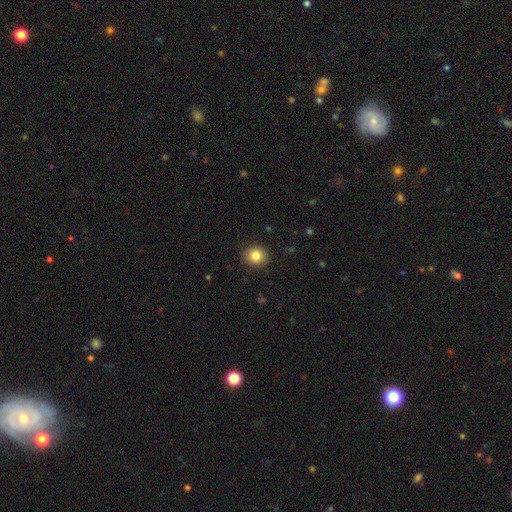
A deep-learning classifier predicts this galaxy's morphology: A smooth galaxy with no disk features (84%) that is round (80%). Merging: none (88%).